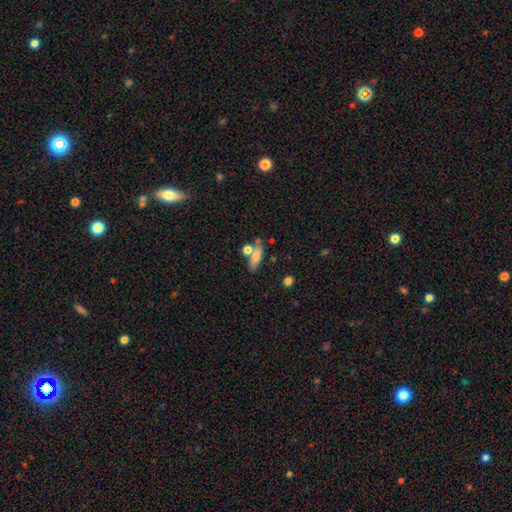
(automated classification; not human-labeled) Smooth or featured: smooth — 73% (featured or disk — 19%)
How rounded: in between — 54% (cigar-shaped — 41%)
Merging: none — 59% (merger — 20%)